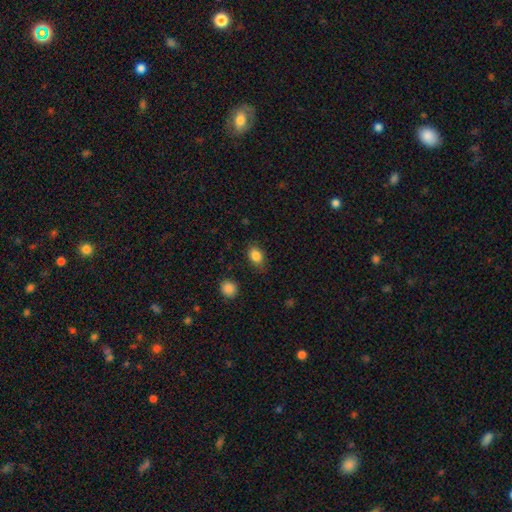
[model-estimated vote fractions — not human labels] Smooth or featured?
  - smooth: 85% *
  - star or artifact: 9%
  - featured or disk: 6%
How rounded?
  - in between: 77% *
  - round: 22%
  - cigar-shaped: 2%
Merging?
  - none: 80% *
  - minor disturbance: 15%
  - major disturbance: 4%
  - merger: 2%